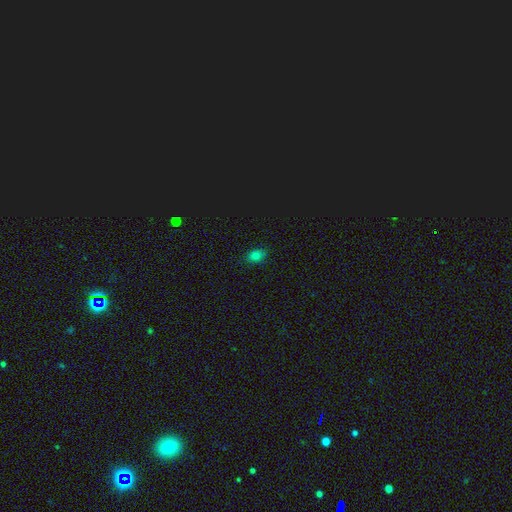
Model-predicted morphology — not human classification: The model was most divided on "how rounded": in between: 77%, round: 21%, cigar-shaped: 2%. More confident: merging — none (83%); smooth or featured — smooth (76%).